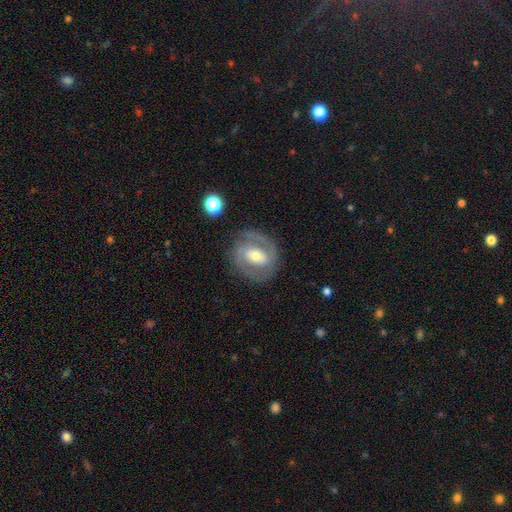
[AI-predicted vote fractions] Morphology: type=featured or disk (83%); edge-on=no (97%); bar=weak (40%); spiral arms=yes (91%); winding=tight (45%, tied with medium); arm count=2 (86%); bulge=moderate (58%); merging=none (81%).